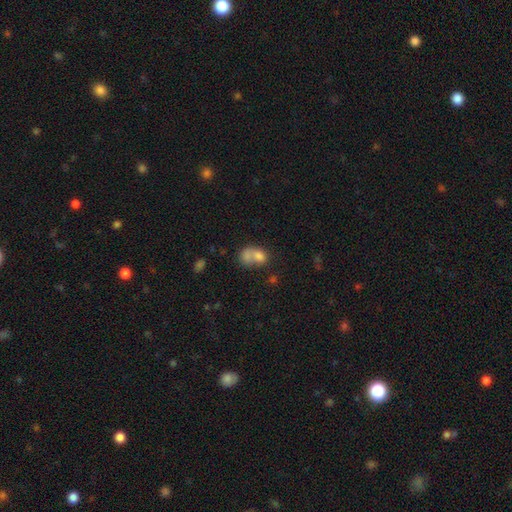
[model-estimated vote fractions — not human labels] smooth 74%, featured or disk 16%, star or artifact 10%. Down the decision tree: how rounded — in between (65%); merging — merger (66%).